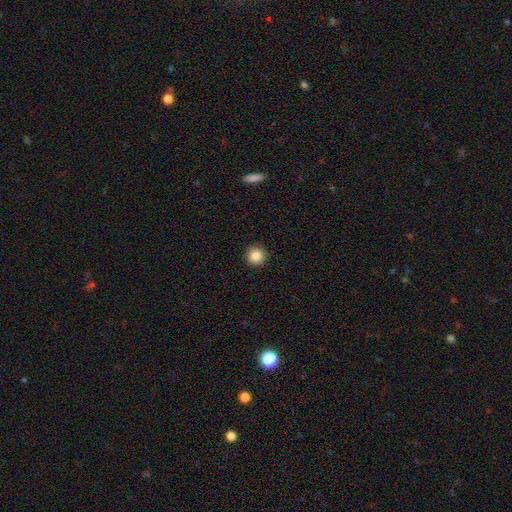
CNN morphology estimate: smooth-or-featured: smooth: 85% | star or artifact: 10% | featured or disk: 5%
  how-rounded: round: 95% | in between: 4% | cigar-shaped: 1%
  merging: none: 93% | minor disturbance: 4% | major disturbance: 1% | merger: 1%